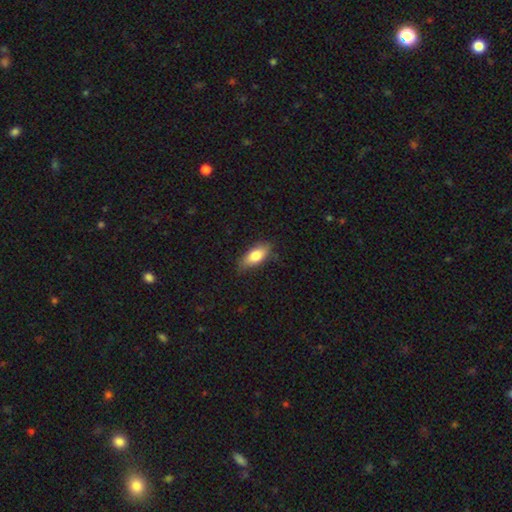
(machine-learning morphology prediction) This appears to be a smooth galaxy with no disk features (78%) that is in between round and cigar-shaped (80%). Merging: none (79%).